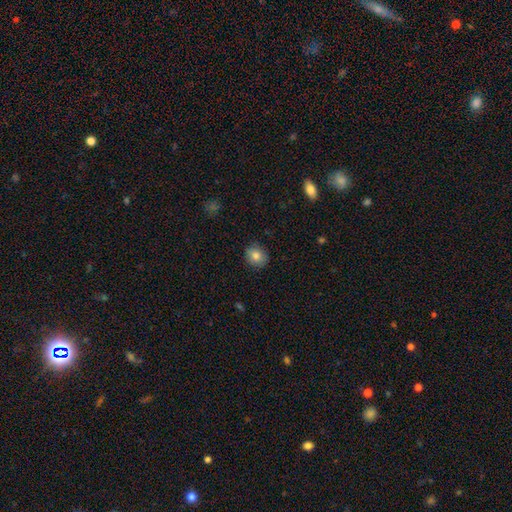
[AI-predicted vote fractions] Smooth or featured? smooth (82%)
How rounded? round (74%)
Merging? none (88%)